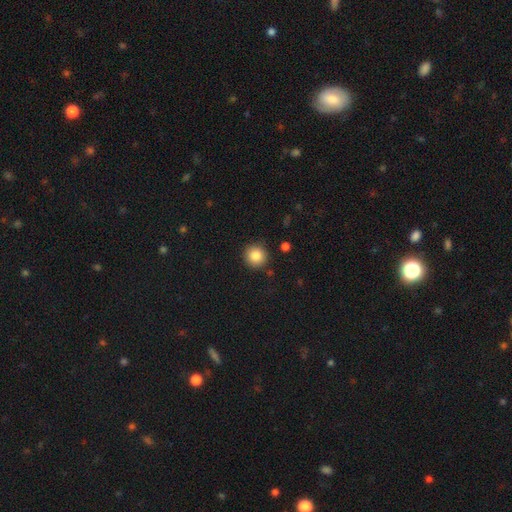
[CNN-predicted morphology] smooth 85%, star or artifact 10%, featured or disk 6%. Down the decision tree: how rounded — round (95%); merging — none (90%).